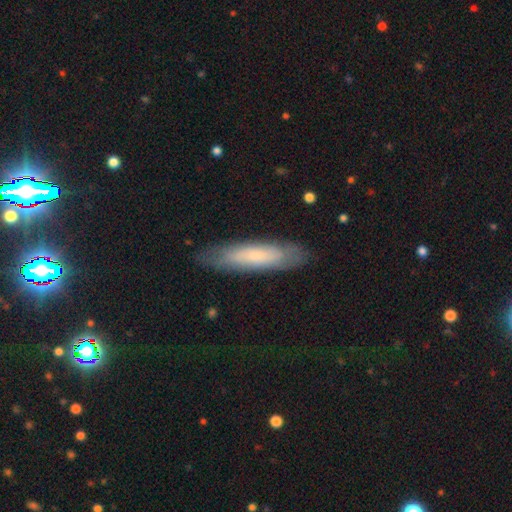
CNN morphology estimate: A smooth galaxy with no disk features (63%) that is cigar-shaped (74%). Merging: none (83%).